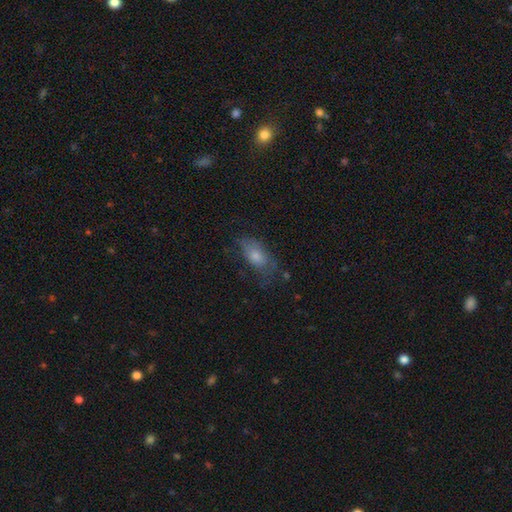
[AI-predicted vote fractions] smooth-or-featured: smooth: 58% | featured or disk: 28% | star or artifact: 14%
  how-rounded: in between: 80% | cigar-shaped: 11% | round: 8%
  merging: none: 55% | minor disturbance: 25% | major disturbance: 17% | merger: 2%